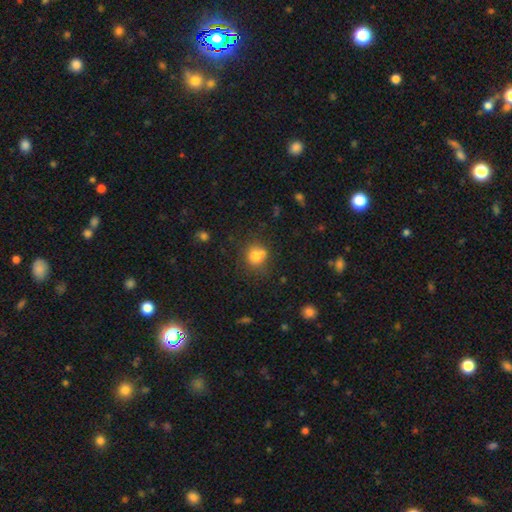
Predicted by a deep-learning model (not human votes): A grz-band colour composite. It shows a smooth galaxy with no disk features (75%) that is round (83%). Merging: none (55%).